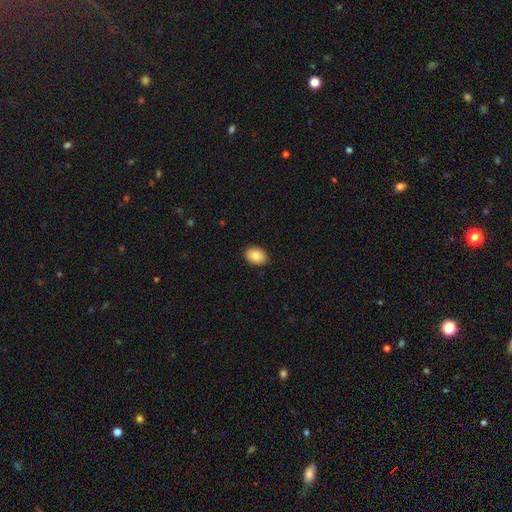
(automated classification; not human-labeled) Morphology: type=smooth (86%); roundness=in between (77%); merging=none (90%).